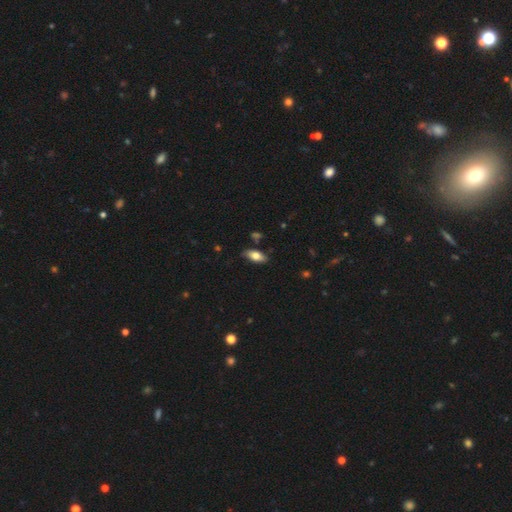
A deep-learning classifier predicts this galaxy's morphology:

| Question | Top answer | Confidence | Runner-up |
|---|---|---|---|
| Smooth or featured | smooth | 74% | featured or disk (19%) |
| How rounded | in between | 85% | cigar-shaped (12%) |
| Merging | none | 78% | minor disturbance (17%) |